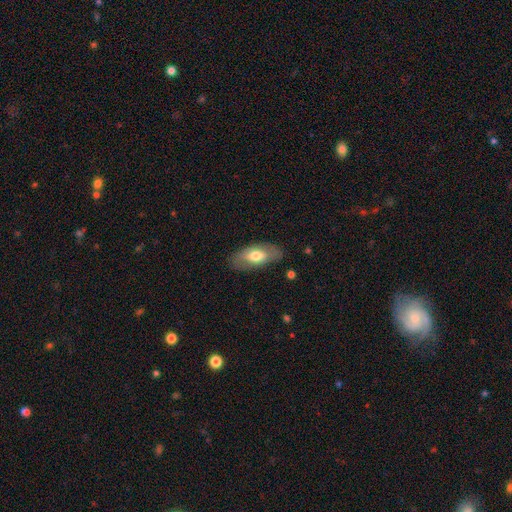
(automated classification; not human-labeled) Smooth or featured?
  - smooth: 62% *
  - featured or disk: 32%
  - star or artifact: 6%
How rounded?
  - in between: 86% *
  - cigar-shaped: 11%
  - round: 3%
Merging?
  - none: 81% *
  - minor disturbance: 14%
  - major disturbance: 4%
  - merger: 1%